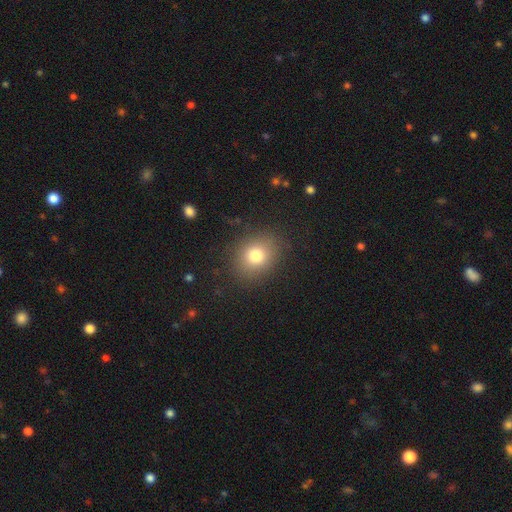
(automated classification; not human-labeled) Smooth or featured?
  - smooth: 79% *
  - star or artifact: 12%
  - featured or disk: 9%
How rounded?
  - round: 60% *
  - in between: 39%
  - cigar-shaped: 1%
Merging?
  - none: 86% *
  - minor disturbance: 9%
  - major disturbance: 4%
  - merger: 1%